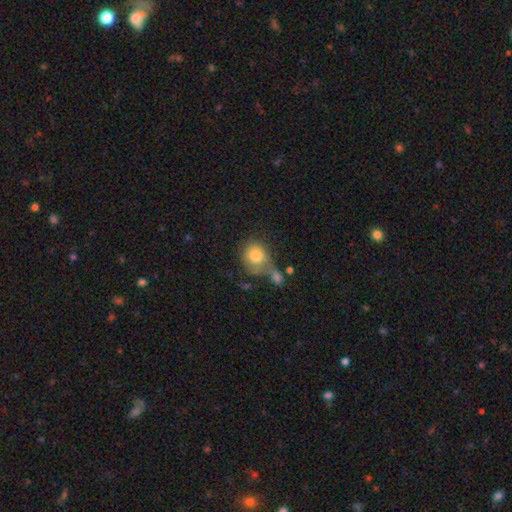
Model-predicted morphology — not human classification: smooth_or_featured: smooth (p=0.81) [alt: featured or disk p=0.11]
how_rounded: round (p=0.79) [alt: in between p=0.20]
merging: none (p=0.40) [alt: merger p=0.30]